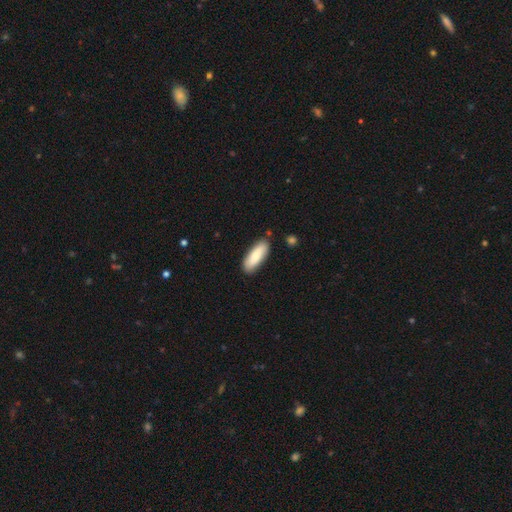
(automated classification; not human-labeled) smooth-or-featured: smooth: 81% | featured or disk: 13% | star or artifact: 5%
  how-rounded: in between: 66% | cigar-shaped: 32% | round: 2%
  merging: none: 85% | minor disturbance: 11% | merger: 2% | major disturbance: 2%